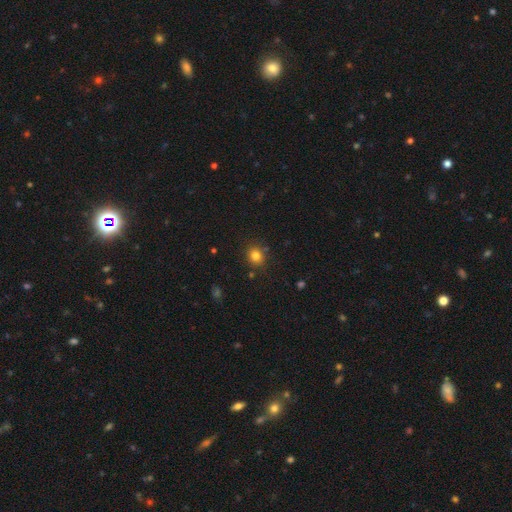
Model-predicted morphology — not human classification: smooth 81%, star or artifact 13%, featured or disk 6%. Down the decision tree: how rounded — round (77%); merging — none (84%).